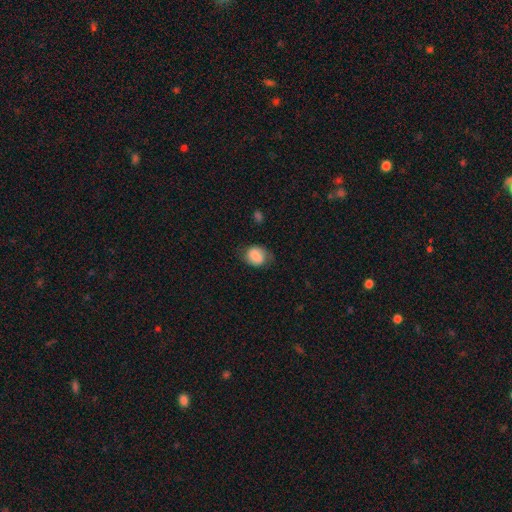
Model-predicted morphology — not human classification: Overall: smooth (78%). How rounded: in between (51%; round 48%). Merging: none (61%; minor disturbance 27%).